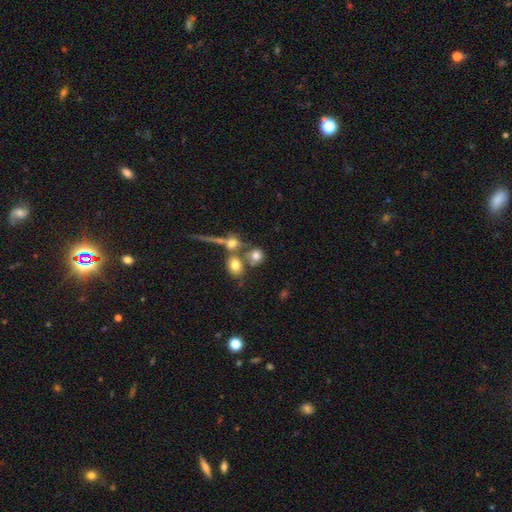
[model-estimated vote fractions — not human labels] smooth_or_featured: smooth (p=0.71) [alt: featured or disk p=0.16]
how_rounded: round (p=0.71) [alt: in between p=0.26]
merging: none (p=0.45) [alt: merger p=0.39]